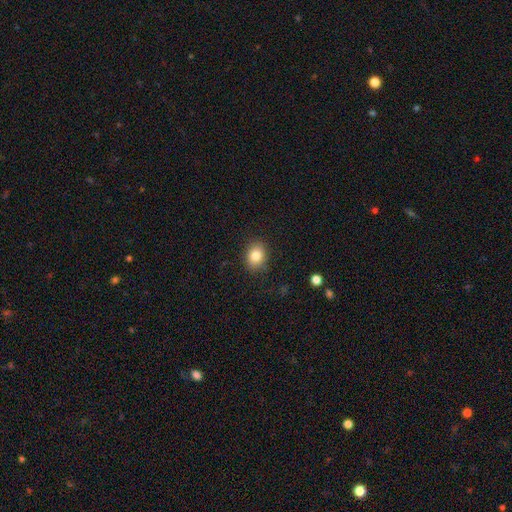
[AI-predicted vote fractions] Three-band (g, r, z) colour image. It shows a smooth galaxy with no disk features (84%) that is round (51%). Merging: none (86%).